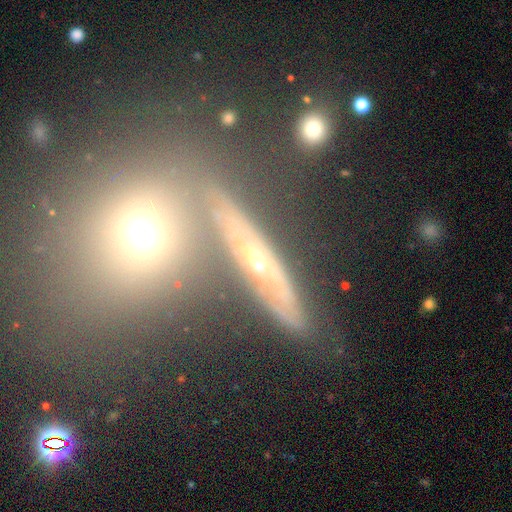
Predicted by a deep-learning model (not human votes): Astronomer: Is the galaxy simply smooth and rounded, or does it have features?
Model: featured or disk — 55%.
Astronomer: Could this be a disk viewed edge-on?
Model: yes — 62% (runner-up: no, 38%).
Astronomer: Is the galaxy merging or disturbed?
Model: none — 66%.